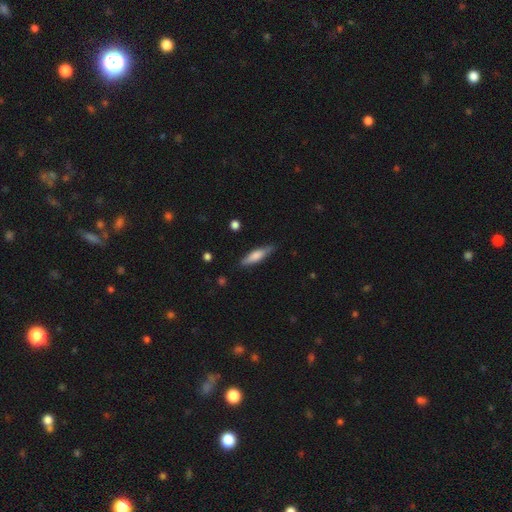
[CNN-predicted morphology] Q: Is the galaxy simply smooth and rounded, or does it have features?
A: smooth — 64%.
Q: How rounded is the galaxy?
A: cigar-shaped — 71%.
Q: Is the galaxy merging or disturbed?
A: none — 83%.